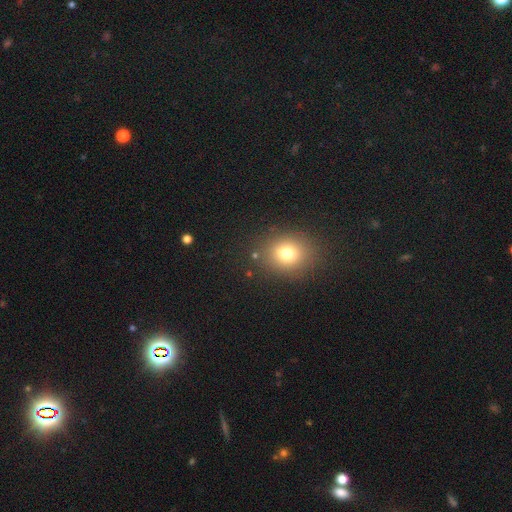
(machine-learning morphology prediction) smooth 73%, star or artifact 18%, featured or disk 9%. Down the decision tree: how rounded — round (66%); merging — none (87%).